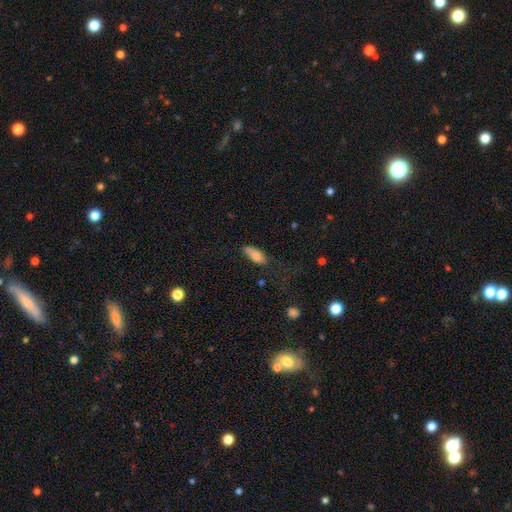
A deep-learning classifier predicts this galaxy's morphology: A smooth galaxy with no disk features (77%) that is in between round and cigar-shaped (80%). Merging: none (55%).